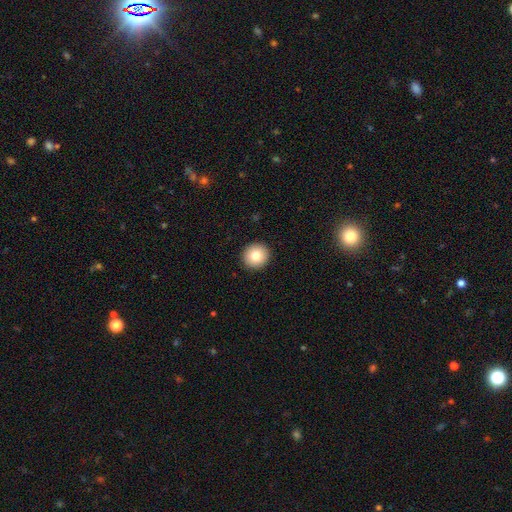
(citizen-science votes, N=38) smooth 82%, featured or disk 13%, star or artifact 5%. Down the decision tree: how rounded — round (94%); merging — none (86%).